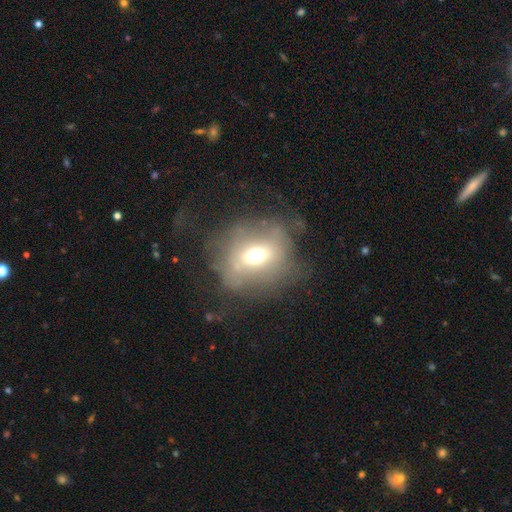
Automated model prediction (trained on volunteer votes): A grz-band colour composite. It shows a smooth galaxy with no disk features (48%). Merging: none (50%).